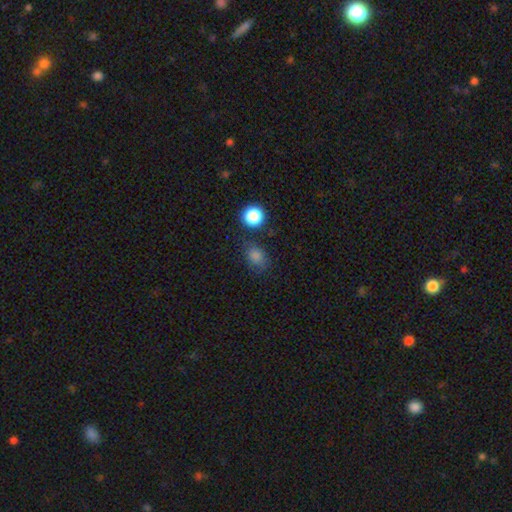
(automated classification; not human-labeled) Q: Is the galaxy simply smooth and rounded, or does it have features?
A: smooth — 80%.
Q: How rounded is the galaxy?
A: in between — 52%.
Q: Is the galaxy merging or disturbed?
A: none — 71%.